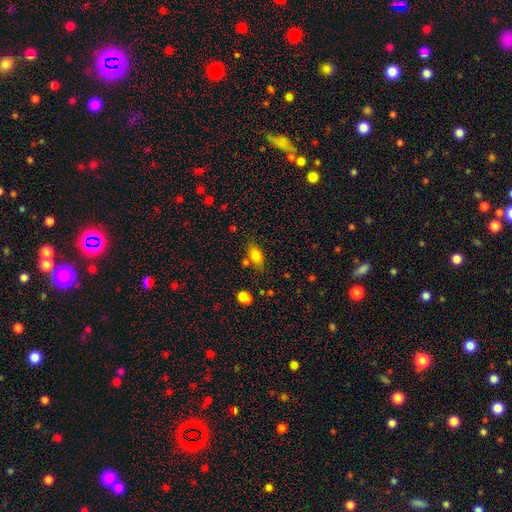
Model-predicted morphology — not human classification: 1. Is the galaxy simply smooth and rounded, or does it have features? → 78% smooth, 12% featured or disk, 10% star or artifact.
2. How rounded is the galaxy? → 82% in between, 9% round, 9% cigar-shaped.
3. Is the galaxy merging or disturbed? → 68% none, 17% minor disturbance, 10% merger, 5% major disturbance.